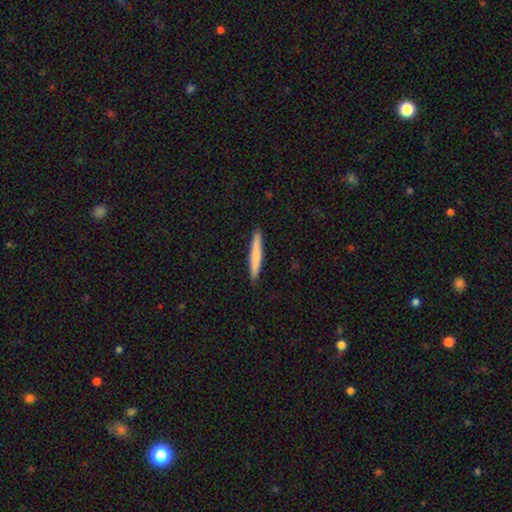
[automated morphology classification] smooth 74%, featured or disk 21%, star or artifact 5%. Down the decision tree: how rounded — cigar-shaped (96%); merging — none (92%).